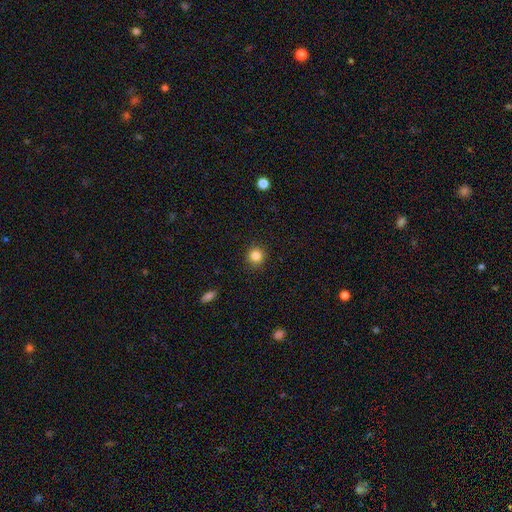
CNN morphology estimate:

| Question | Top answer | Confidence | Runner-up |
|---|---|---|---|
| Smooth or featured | smooth | 84% | star or artifact (11%) |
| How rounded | round | 92% | in between (7%) |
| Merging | none | 91% | minor disturbance (6%) |